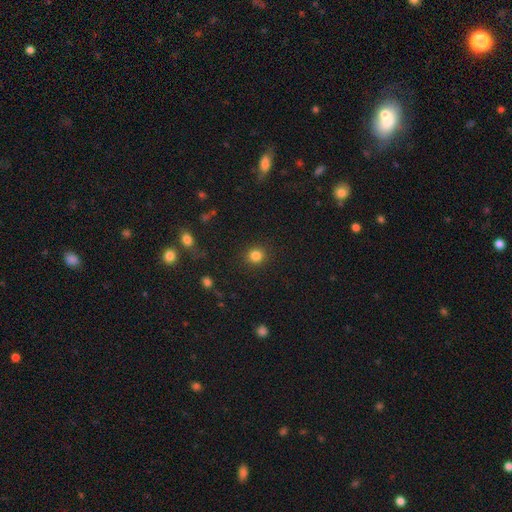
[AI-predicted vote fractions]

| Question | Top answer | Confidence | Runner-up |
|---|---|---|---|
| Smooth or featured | smooth | 83% | star or artifact (12%) |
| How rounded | round | 90% | in between (9%) |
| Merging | none | 90% | minor disturbance (6%) |